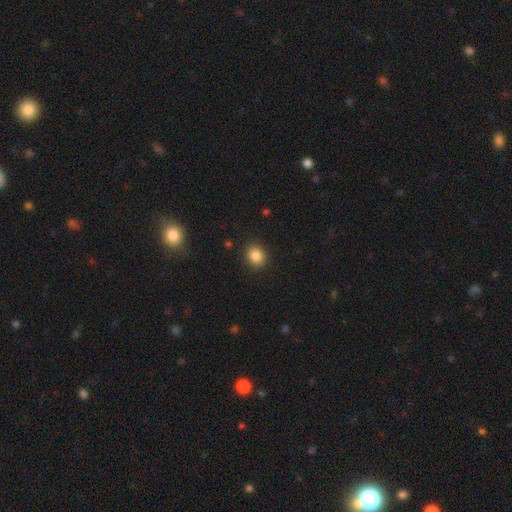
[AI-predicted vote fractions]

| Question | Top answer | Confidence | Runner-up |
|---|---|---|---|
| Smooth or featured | smooth | 85% | star or artifact (10%) |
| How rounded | round | 69% | in between (30%) |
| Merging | none | 89% | minor disturbance (7%) |